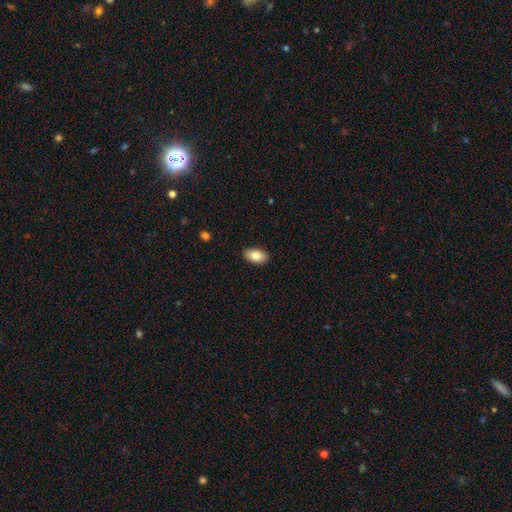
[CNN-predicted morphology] This appears to be a smooth galaxy with no disk features (82%) that is in between round and cigar-shaped (93%). Merging: none (90%).